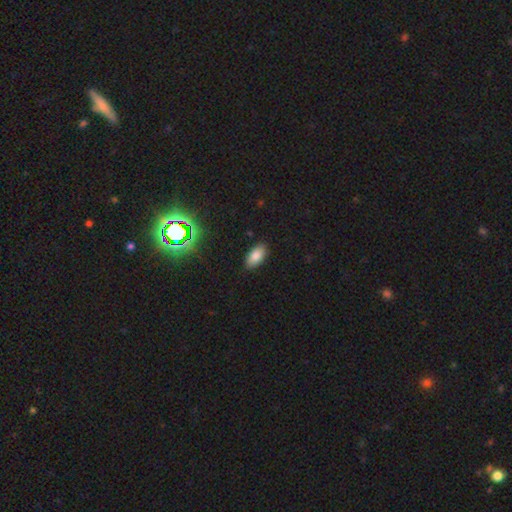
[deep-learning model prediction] This appears to be a smooth galaxy with no disk features (80%) that is in between round and cigar-shaped (93%). Merging: none (87%).